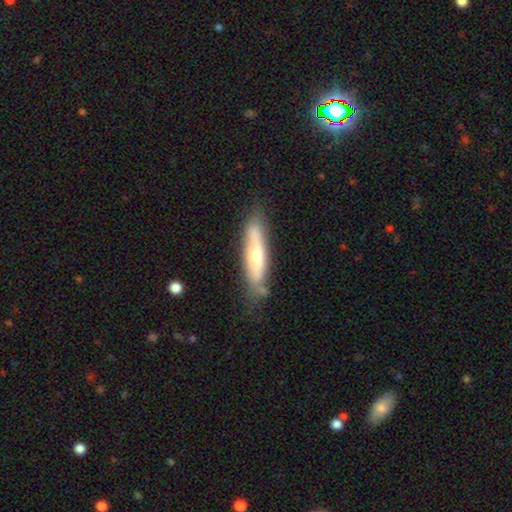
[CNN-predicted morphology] smooth-or-featured: featured or disk: 52% | smooth: 39% | star or artifact: 9%
  disk-edge-on: yes: 66% | no: 34%
  merging: none: 74% | minor disturbance: 20% | major disturbance: 5% | merger: 2%